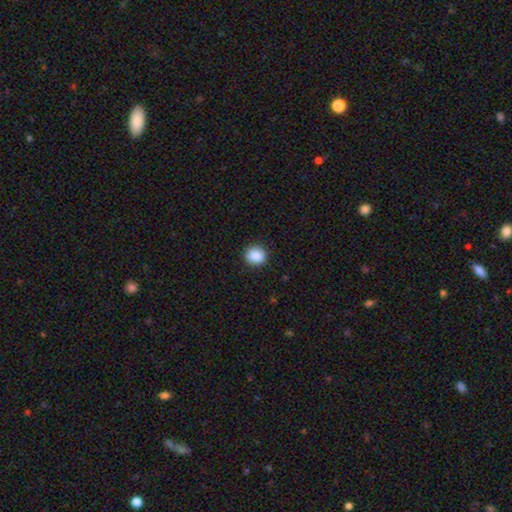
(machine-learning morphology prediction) Smooth or featured? smooth (88%)
How rounded? round (83%)
Merging? none (89%)